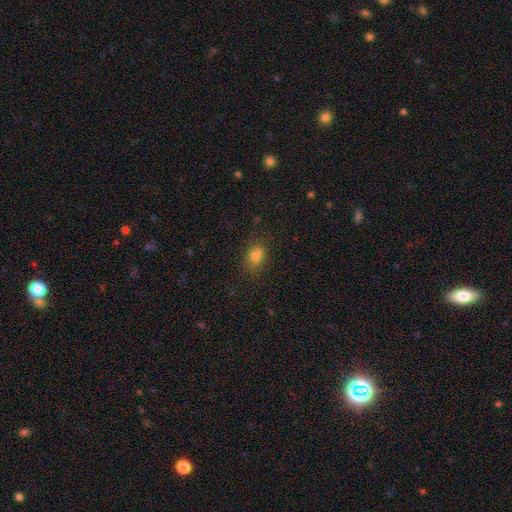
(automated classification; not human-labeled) Smooth or featured: smooth — 74% (star or artifact — 17%)
How rounded: in between — 70% (round — 26%)
Merging: none — 69% (minor disturbance — 17%)